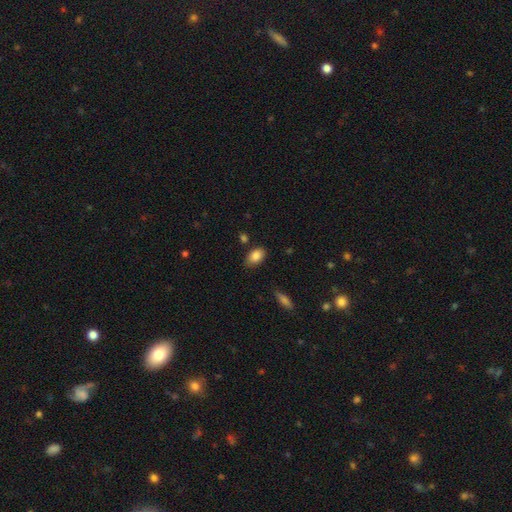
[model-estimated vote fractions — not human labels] Smooth or featured: smooth — 85% (star or artifact — 8%)
How rounded: in between — 88% (round — 10%)
Merging: none — 76% (minor disturbance — 17%)